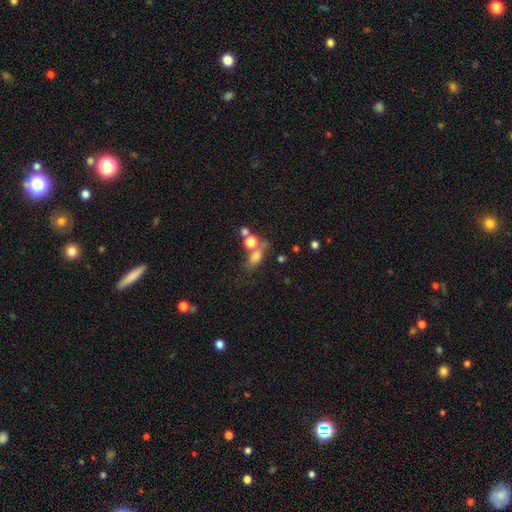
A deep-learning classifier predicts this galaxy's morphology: Smooth or featured? smooth (66%)
How rounded? in between (65%)
Merging? none (41%)